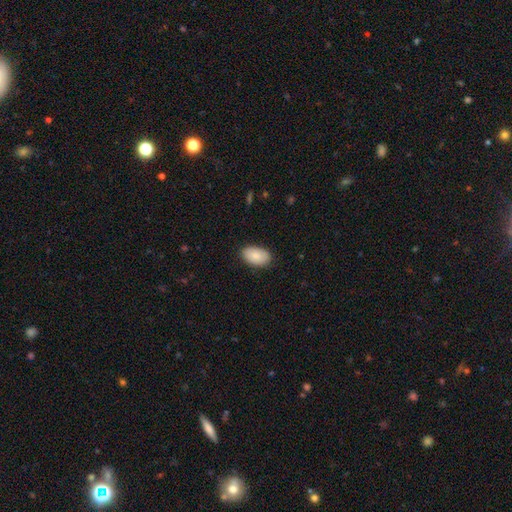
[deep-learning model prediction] A smooth galaxy with no disk features (86%) that is in between round and cigar-shaped (94%). Merging: none (84%).